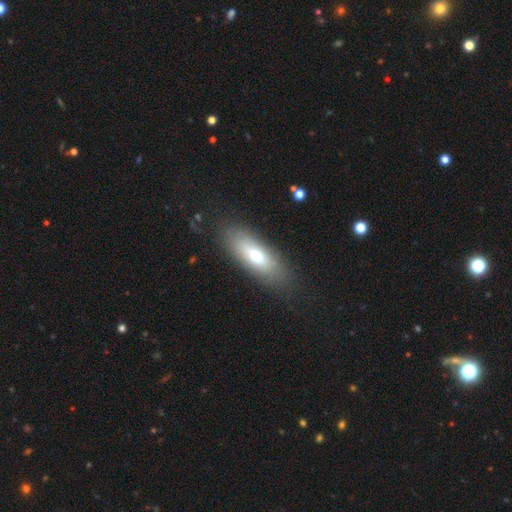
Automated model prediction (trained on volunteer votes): Smooth or featured?
  - smooth: 66% *
  - featured or disk: 26%
  - star or artifact: 8%
How rounded?
  - in between: 69% *
  - cigar-shaped: 28%
  - round: 3%
Merging?
  - none: 82% *
  - minor disturbance: 12%
  - major disturbance: 5%
  - merger: 2%